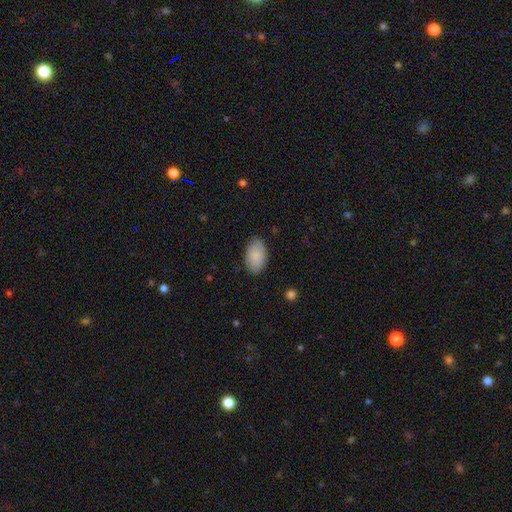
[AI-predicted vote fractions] A smooth galaxy with no disk features (88%) that is in between round and cigar-shaped (94%). Merging: none (84%).